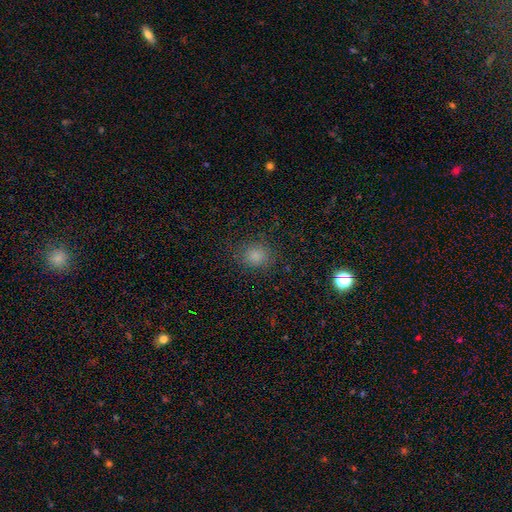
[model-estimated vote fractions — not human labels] Overall: smooth (81%). How rounded: round (72%). Merging: none (83%).